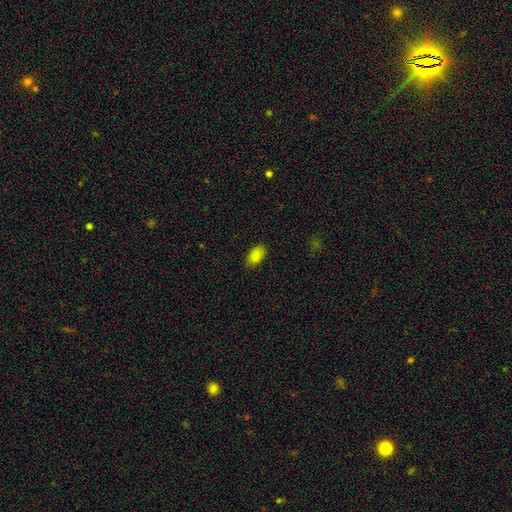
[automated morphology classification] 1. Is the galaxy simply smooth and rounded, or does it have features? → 86% smooth, 9% star or artifact, 5% featured or disk.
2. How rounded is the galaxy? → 93% in between, 5% round, 2% cigar-shaped.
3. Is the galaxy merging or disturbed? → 83% none, 13% minor disturbance, 3% major disturbance, 1% merger.